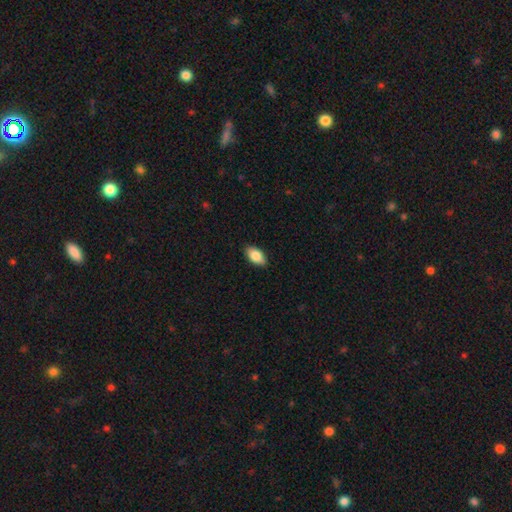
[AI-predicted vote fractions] smooth 86%, featured or disk 8%, star or artifact 7%. Down the decision tree: how rounded — in between (93%); merging — none (89%).